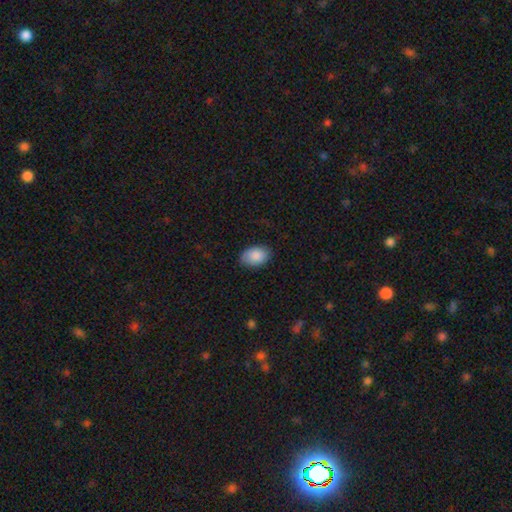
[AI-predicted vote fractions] smooth_or_featured: smooth (p=0.88) [alt: star or artifact p=0.06]
how_rounded: in between (p=0.88) [alt: round p=0.11]
merging: none (p=0.80) [alt: minor disturbance p=0.16]